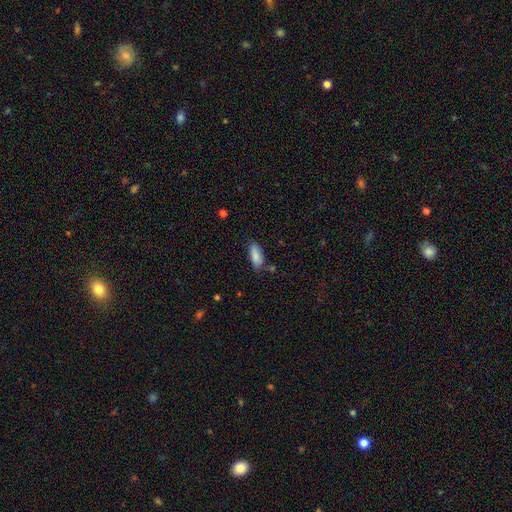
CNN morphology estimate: This appears to be a smooth galaxy with no disk features (84%) that is in between round and cigar-shaped (82%). Merging: none (70%).